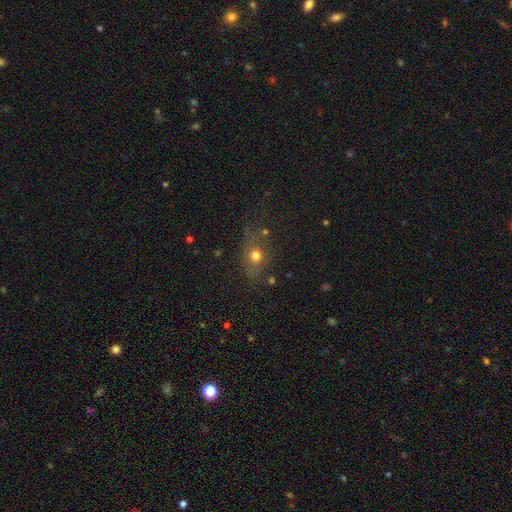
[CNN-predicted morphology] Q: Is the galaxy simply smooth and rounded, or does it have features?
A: smooth — 64%.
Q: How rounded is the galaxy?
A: in between — 48%.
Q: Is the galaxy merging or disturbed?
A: none — 61%.